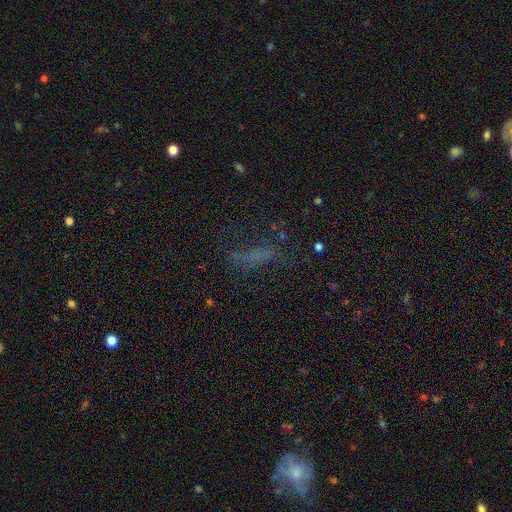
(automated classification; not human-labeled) Smooth or featured?
  - smooth: 43% *
  - star or artifact: 31%
  - featured or disk: 26%
Merging?
  - none: 52% *
  - major disturbance: 24%
  - minor disturbance: 20%
  - merger: 4%